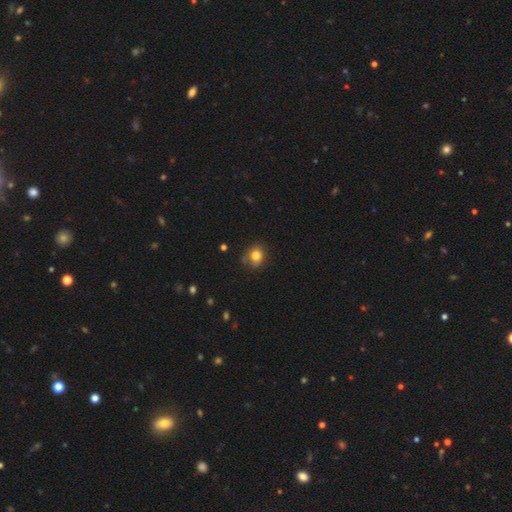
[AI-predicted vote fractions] Morphology: type=smooth (80%); roundness=round (64%); merging=none (70%).